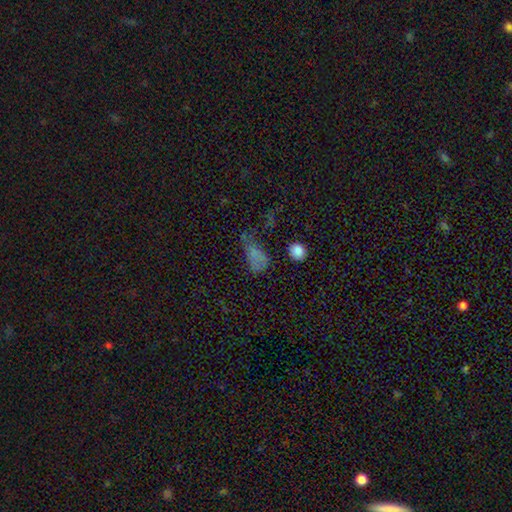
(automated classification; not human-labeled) Smooth or featured? smooth (53%)
How rounded? in between (71%)
Merging? none (39%)